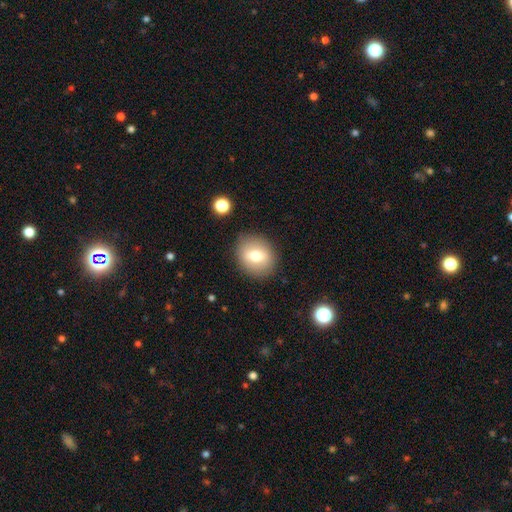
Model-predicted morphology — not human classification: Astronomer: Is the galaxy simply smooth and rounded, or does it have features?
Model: smooth — 69%.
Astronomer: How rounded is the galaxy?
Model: round — 67%.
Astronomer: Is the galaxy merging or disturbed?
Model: none — 87%.